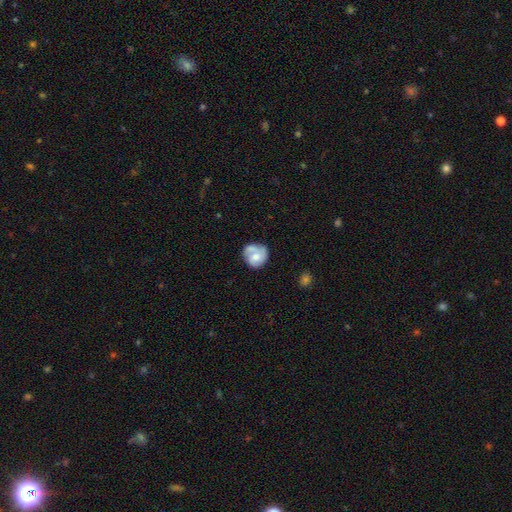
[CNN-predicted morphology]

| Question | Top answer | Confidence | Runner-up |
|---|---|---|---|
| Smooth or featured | smooth | 49% | featured or disk (44%) |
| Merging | none | 51% | minor disturbance (26%) |